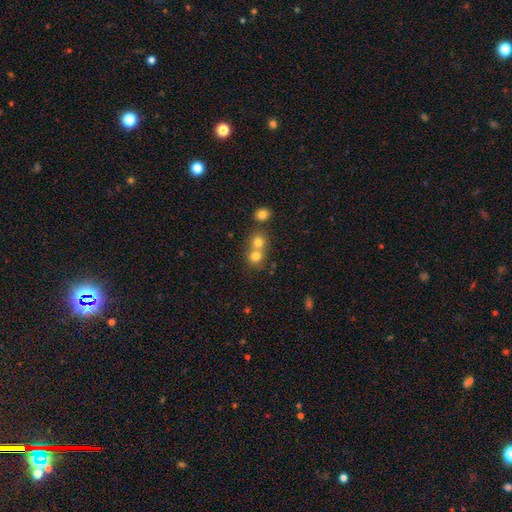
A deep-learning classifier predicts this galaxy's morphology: smooth-or-featured: smooth: 75% | star or artifact: 14% | featured or disk: 11%
  how-rounded: round: 83% | in between: 16% | cigar-shaped: 1%
  merging: merger: 55% | none: 38% | minor disturbance: 5% | major disturbance: 2%